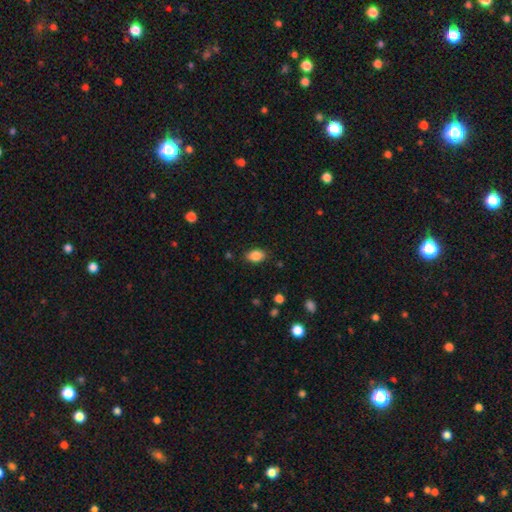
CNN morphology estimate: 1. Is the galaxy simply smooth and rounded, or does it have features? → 87% smooth, 9% star or artifact, 5% featured or disk.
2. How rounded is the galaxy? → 85% in between, 14% round, 1% cigar-shaped.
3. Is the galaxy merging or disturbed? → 85% none, 11% minor disturbance, 3% major disturbance, 1% merger.